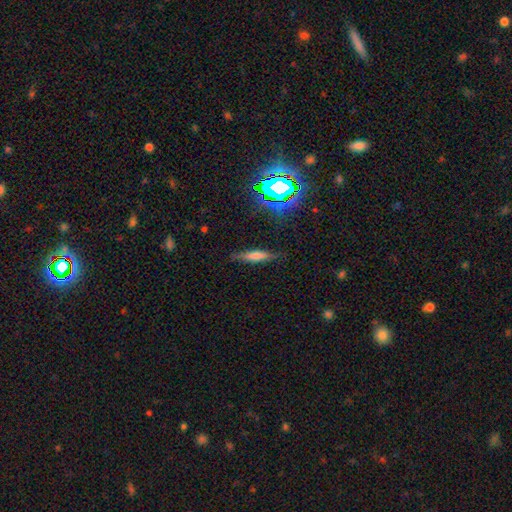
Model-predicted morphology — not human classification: type=smooth (59%); roundness=cigar-shaped (75%); merging=none (78%).